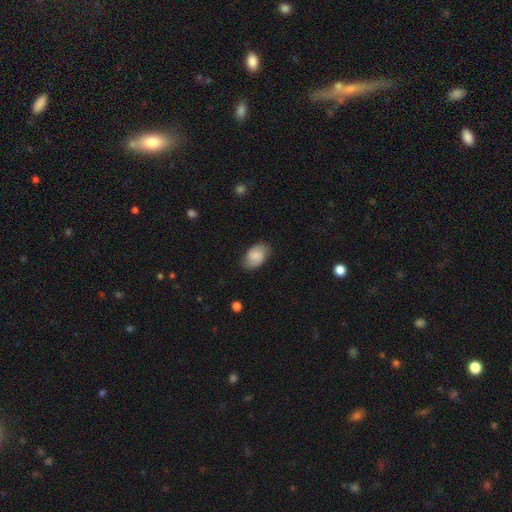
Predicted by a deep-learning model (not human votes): A smooth galaxy with no disk features (61%) that is in between round and cigar-shaped (88%). Merging: none (77%).